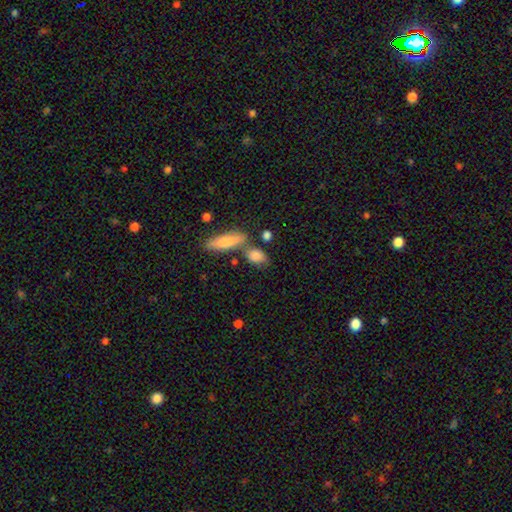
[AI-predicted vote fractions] This is clearly a smooth galaxy (81%). How rounded: likely in between (69%). Merging: possibly none (55%).